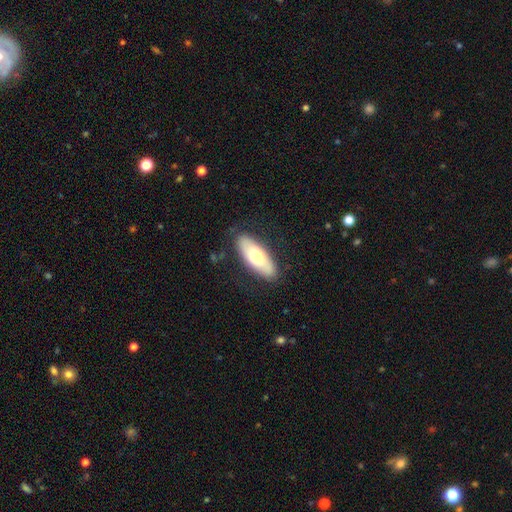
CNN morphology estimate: The model was most divided on "smooth or featured": smooth: 69%, featured or disk: 25%, star or artifact: 6%. More confident: merging — none (82%); how rounded — in between (73%).